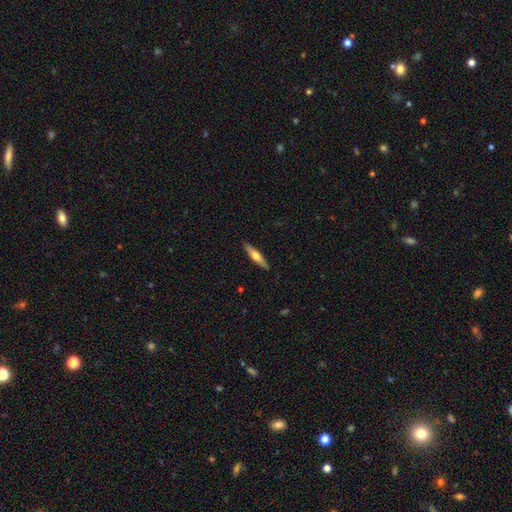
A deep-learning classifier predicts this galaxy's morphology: This is possibly a smooth galaxy (48%). Merging: clearly none (89%).